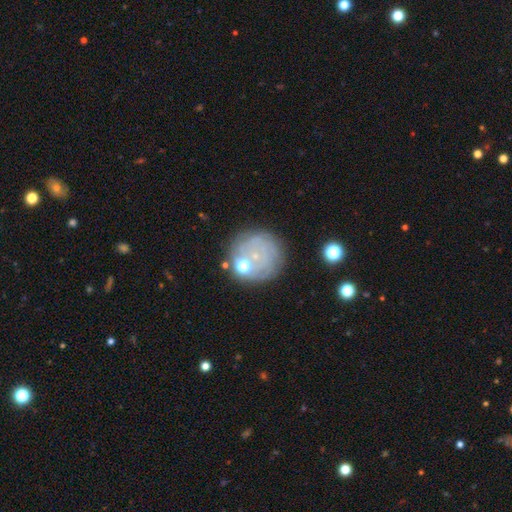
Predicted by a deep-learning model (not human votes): Smooth or featured: featured or disk — 46% (smooth — 38%)
Merging: none — 72% (minor disturbance — 15%)